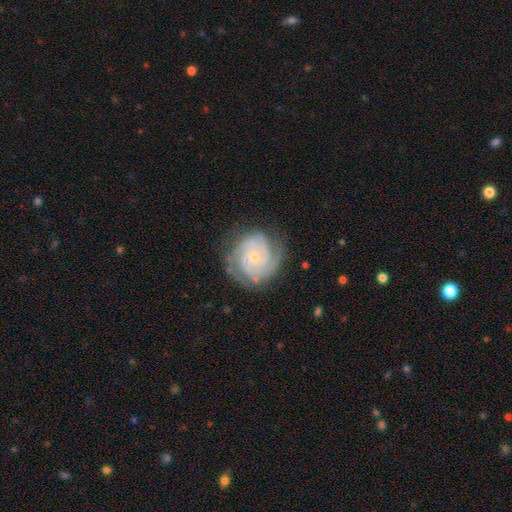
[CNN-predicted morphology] Smooth or featured: featured or disk — 88% (smooth — 7%)
Edge-on disk: no — 98% (yes — 2%)
Bar: no — 70% (weak — 25%)
Spiral arms: yes — 98% (no — 2%)
Spiral winding: tight — 74% (medium — 23%)
Spiral arm count: 2 — 38% (3 — 29%)
Bulge size: small — 78% (moderate — 17%)
Merging: none — 77% (minor disturbance — 16%)